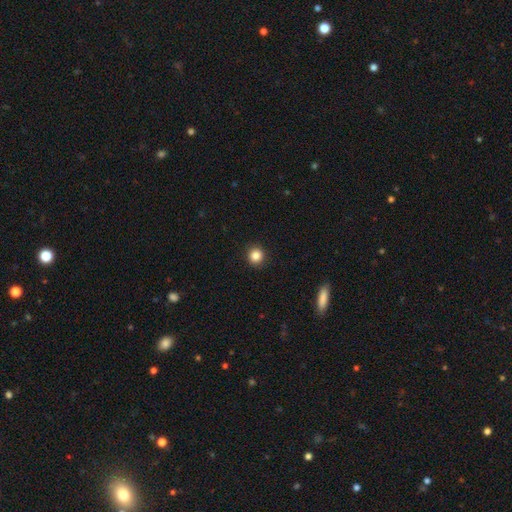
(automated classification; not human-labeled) smooth_or_featured: smooth (p=0.86) [alt: star or artifact p=0.10]
how_rounded: round (p=0.92) [alt: in between p=0.07]
merging: none (p=0.92) [alt: minor disturbance p=0.05]